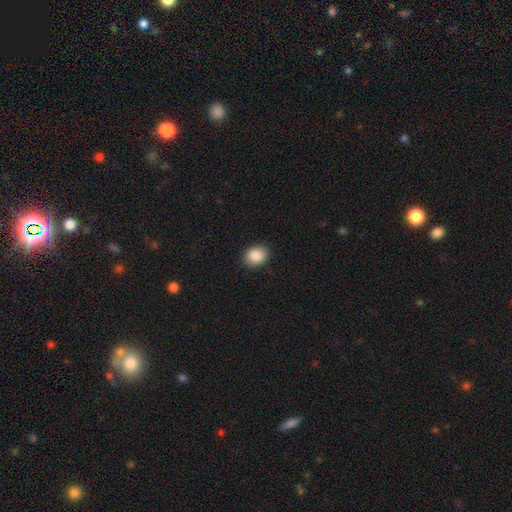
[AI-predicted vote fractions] Smooth or featured?
  - smooth: 88% *
  - star or artifact: 8%
  - featured or disk: 4%
How rounded?
  - in between: 61% *
  - round: 38%
  - cigar-shaped: 1%
Merging?
  - none: 89% *
  - minor disturbance: 8%
  - major disturbance: 2%
  - merger: 1%